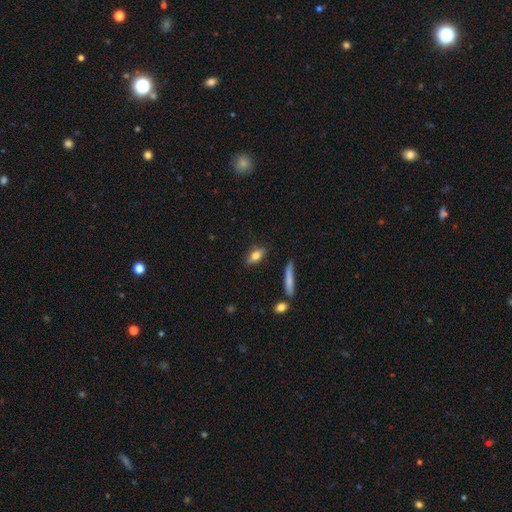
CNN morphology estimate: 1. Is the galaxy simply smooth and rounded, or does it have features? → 73% smooth, 19% featured or disk, 8% star or artifact.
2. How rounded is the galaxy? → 71% in between, 24% cigar-shaped, 5% round.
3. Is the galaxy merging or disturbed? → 82% none, 12% minor disturbance, 3% major disturbance, 2% merger.